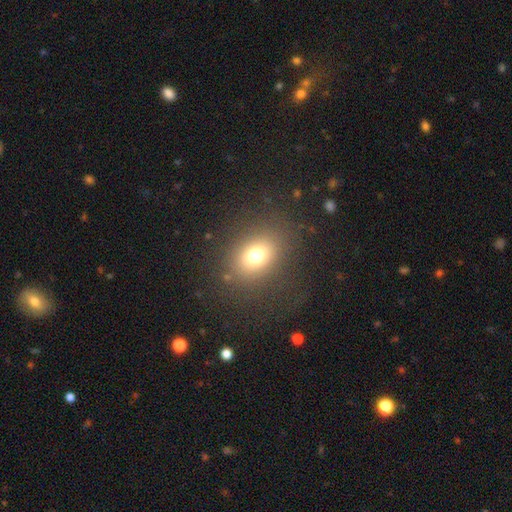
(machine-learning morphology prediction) smooth_or_featured: smooth (p=0.71) [alt: star or artifact p=0.17]
how_rounded: in between (p=0.51) [alt: round p=0.47]
merging: none (p=0.82) [alt: minor disturbance p=0.09]